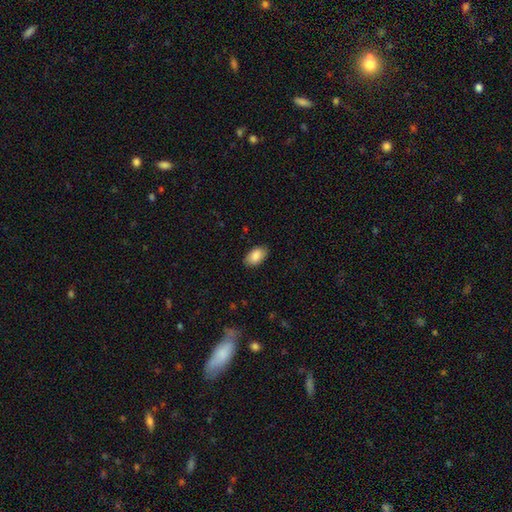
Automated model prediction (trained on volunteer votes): Smooth or featured?
  - smooth: 87% *
  - star or artifact: 7%
  - featured or disk: 6%
How rounded?
  - in between: 94% *
  - round: 5%
  - cigar-shaped: 1%
Merging?
  - none: 87% *
  - minor disturbance: 10%
  - major disturbance: 2%
  - merger: 1%